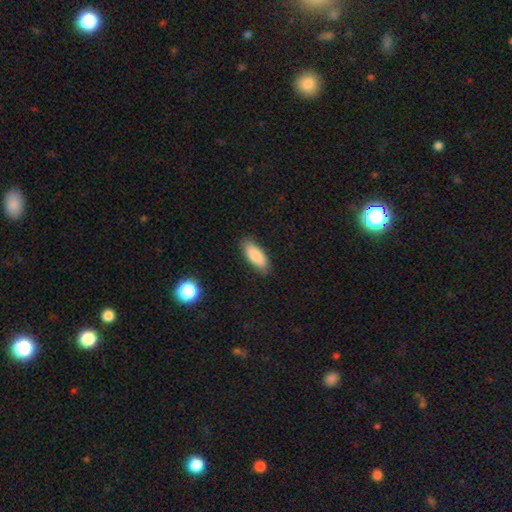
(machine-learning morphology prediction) A smooth galaxy with no disk features (86%) that is in between round and cigar-shaped (80%). Merging: none (83%).